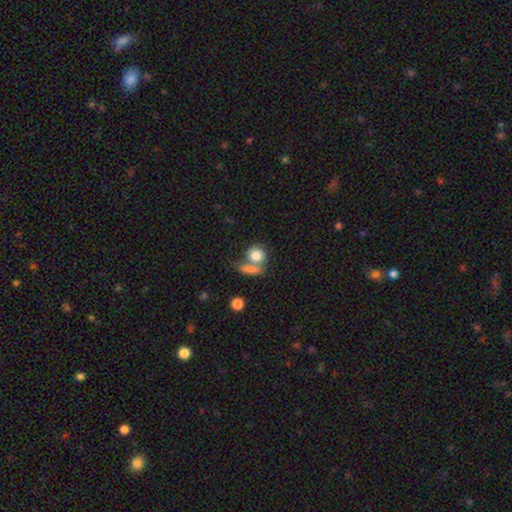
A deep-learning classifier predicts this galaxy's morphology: smooth 81%, featured or disk 12%, star or artifact 8%. Down the decision tree: how rounded — round (70%); merging — none (41%, tied with merger).